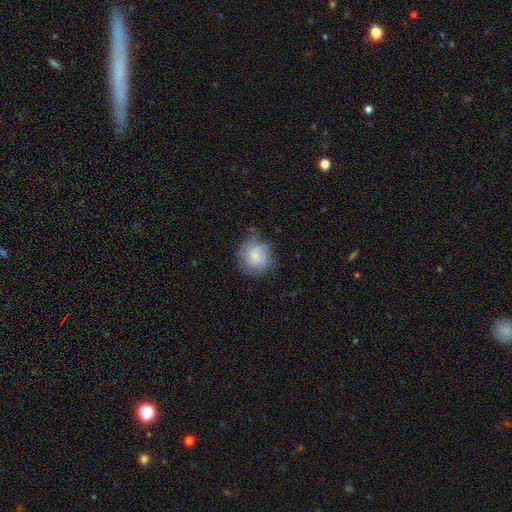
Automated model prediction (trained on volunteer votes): Q: Smooth or featured?
A: smooth (65%); runner-up: featured or disk (26%)
Q: How rounded?
A: round (85%); runner-up: in between (14%)
Q: Merging?
A: none (54%); runner-up: minor disturbance (30%)